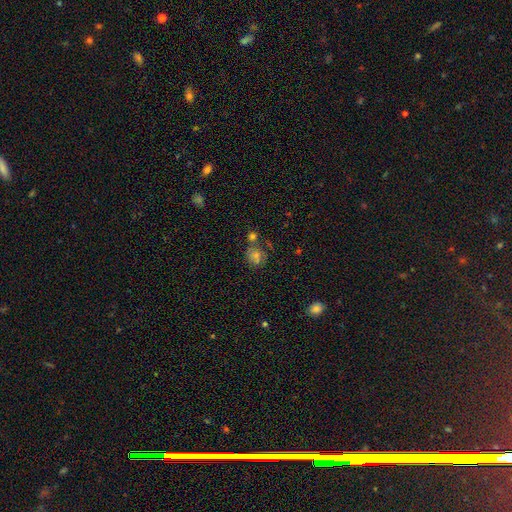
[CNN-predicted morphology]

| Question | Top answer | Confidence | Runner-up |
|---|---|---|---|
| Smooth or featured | smooth | 46% | star or artifact (29%) |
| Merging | none | 62% | minor disturbance (15%) |